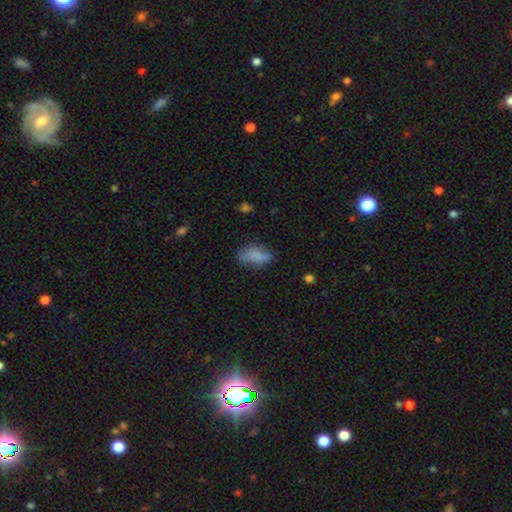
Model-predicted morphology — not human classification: smooth-or-featured: smooth: 78% | featured or disk: 13% | star or artifact: 10%
  how-rounded: in between: 87% | cigar-shaped: 9% | round: 4%
  merging: none: 58% | minor disturbance: 29% | major disturbance: 10% | merger: 3%